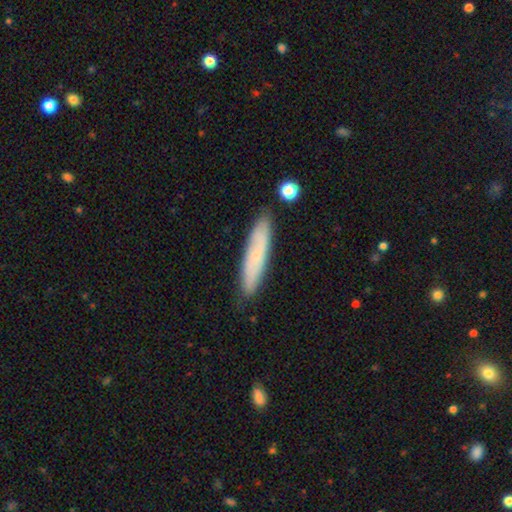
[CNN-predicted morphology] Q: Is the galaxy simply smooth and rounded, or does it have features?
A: smooth — 63%.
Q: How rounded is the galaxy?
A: cigar-shaped — 84%.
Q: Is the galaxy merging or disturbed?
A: none — 83%.